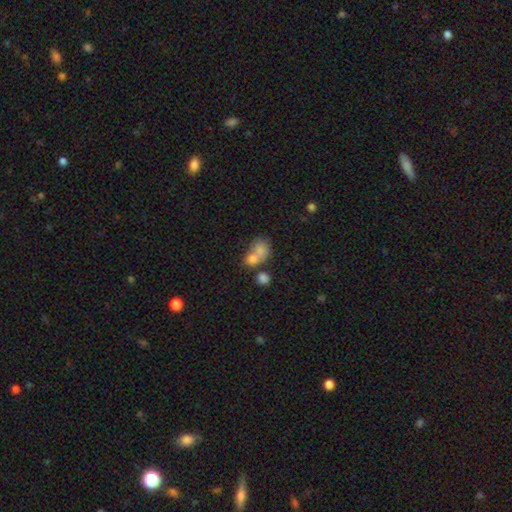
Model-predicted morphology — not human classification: Smooth or featured? smooth (74%)
How rounded? round (53%)
Merging? merger (61%)